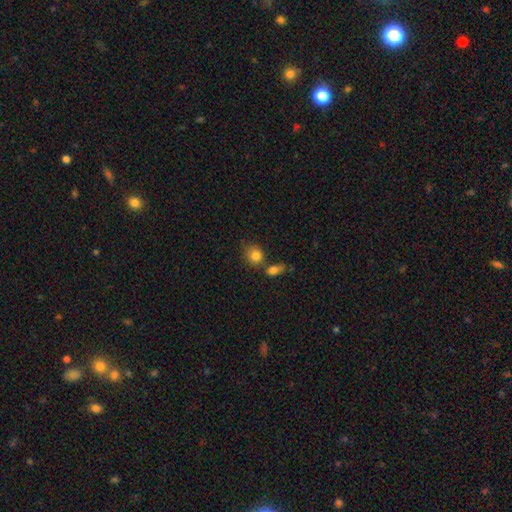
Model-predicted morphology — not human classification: The model was most divided on "merging": none: 51%, merger: 28%, minor disturbance: 16%, major disturbance: 6%. More confident: smooth or featured — smooth (83%); how rounded — round (65%).